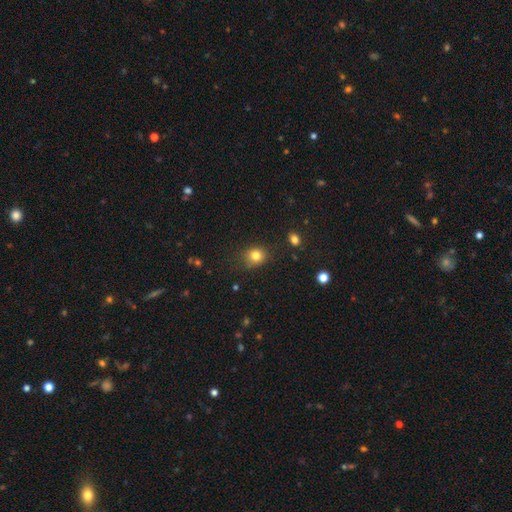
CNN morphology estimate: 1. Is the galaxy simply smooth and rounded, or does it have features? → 81% smooth, 12% star or artifact, 7% featured or disk.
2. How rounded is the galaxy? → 71% round, 28% in between, 1% cigar-shaped.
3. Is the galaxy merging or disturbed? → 80% none, 15% minor disturbance, 4% major disturbance, 2% merger.